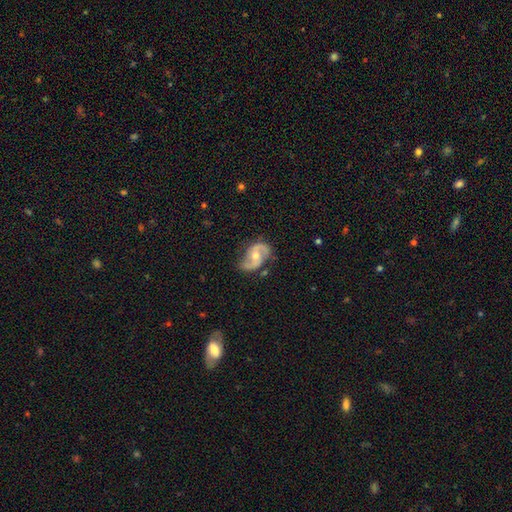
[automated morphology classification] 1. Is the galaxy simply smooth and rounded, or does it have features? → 84% featured or disk, 11% smooth, 5% star or artifact.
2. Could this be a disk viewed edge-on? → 97% no, 3% yes.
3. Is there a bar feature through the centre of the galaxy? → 56% no, 36% weak, 9% strong.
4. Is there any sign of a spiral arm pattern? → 94% yes, 6% no.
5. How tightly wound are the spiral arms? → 49% medium, 35% loose, 16% tight.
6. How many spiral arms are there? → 91% 2, 4% can't tell, 2% 1, 1% 3, 1% 4, 1% more than 4.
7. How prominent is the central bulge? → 67% moderate, 26% small, 4% large, 2% none, 1% dominant.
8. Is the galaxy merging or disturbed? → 69% none, 22% minor disturbance, 7% major disturbance, 2% merger.